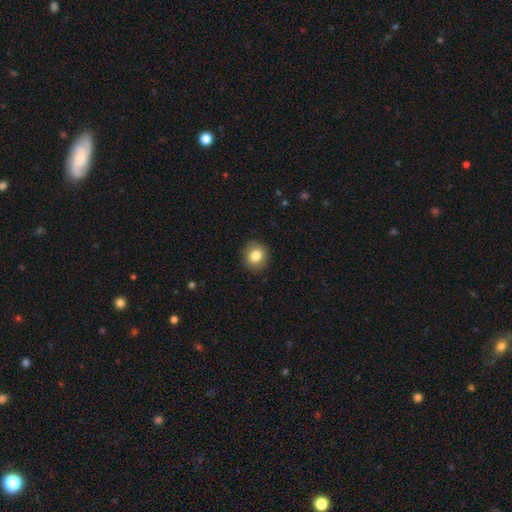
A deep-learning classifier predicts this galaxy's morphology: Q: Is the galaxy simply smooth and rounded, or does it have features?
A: smooth — 83%.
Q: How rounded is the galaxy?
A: round — 81%.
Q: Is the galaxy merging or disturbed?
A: none — 90%.